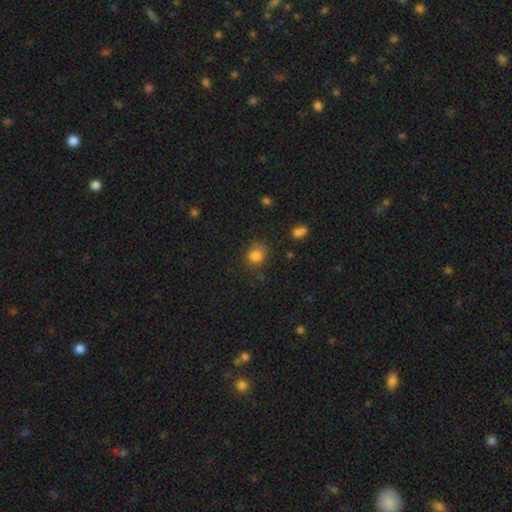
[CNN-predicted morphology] A smooth galaxy with no disk features (82%) that is round (64%).

Vote fractions:
- Smooth or featured? smooth: 82% / star or artifact: 12% / featured or disk: 6%
- How rounded? round: 64% / in between: 35% / cigar-shaped: 1%
- Merging? none: 65% / minor disturbance: 24% / major disturbance: 8% / merger: 3%